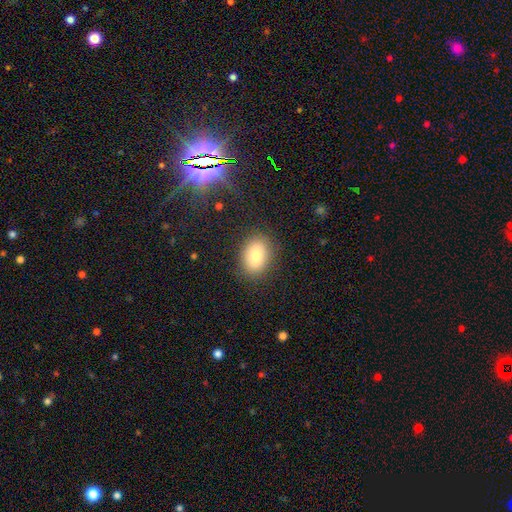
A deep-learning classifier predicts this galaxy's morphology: Overall: smooth (81%). How rounded: in between (74%). Merging: none (85%).